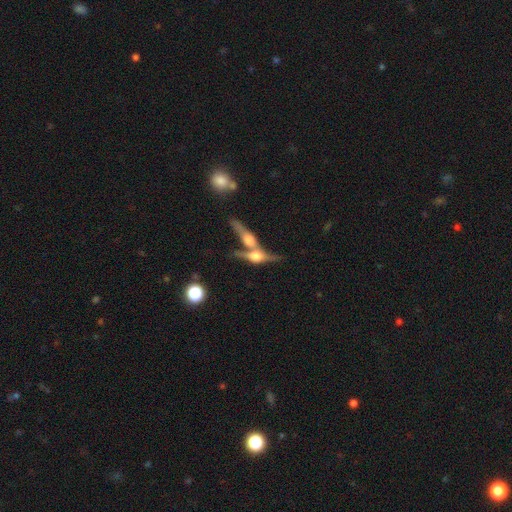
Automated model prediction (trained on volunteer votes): Smooth or featured: featured or disk — 76% (smooth — 16%)
Edge-on disk: yes — 92% (no — 8%)
Edge-on bulge: rounded — 93% (boxy — 5%)
Merging: merger — 46% (none — 42%)